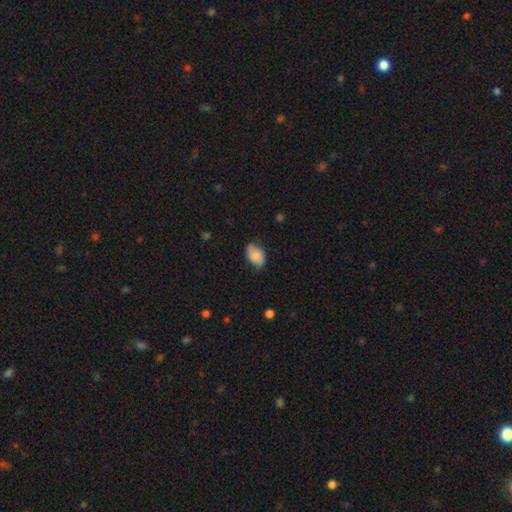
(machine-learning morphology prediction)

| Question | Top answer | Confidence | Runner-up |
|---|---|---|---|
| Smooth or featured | smooth | 77% | featured or disk (16%) |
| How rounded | in between | 84% | round (14%) |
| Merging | none | 63% | minor disturbance (29%) |